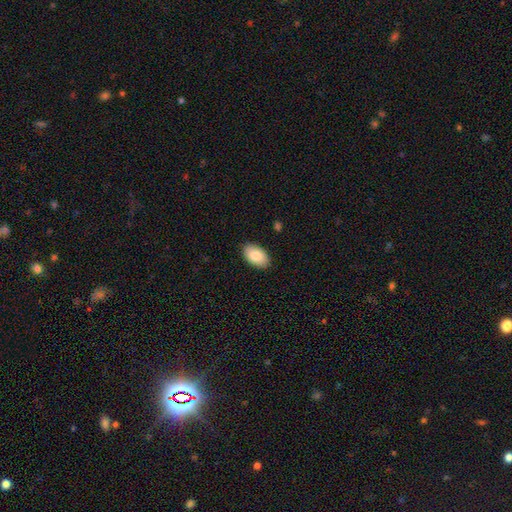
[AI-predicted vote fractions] Q: Smooth or featured?
A: smooth (85%); runner-up: featured or disk (9%)
Q: How rounded?
A: in between (94%); runner-up: round (5%)
Q: Merging?
A: none (88%); runner-up: minor disturbance (9%)